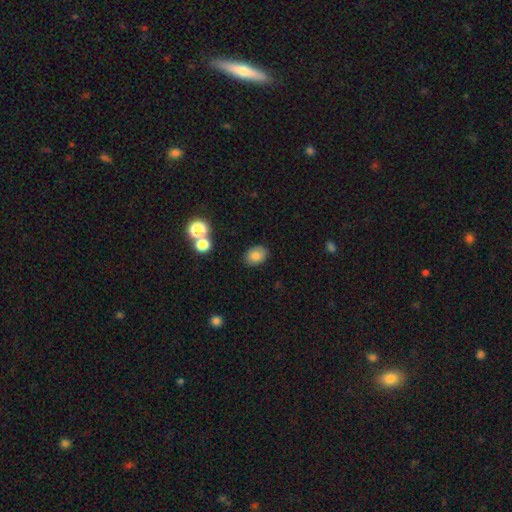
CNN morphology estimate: Smooth or featured? smooth (80%)
How rounded? in between (68%)
Merging? none (84%)